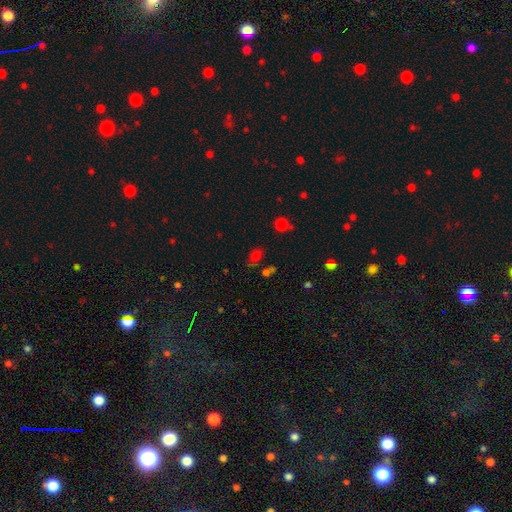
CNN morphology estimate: A smooth galaxy with no disk features (62%) that is in between round and cigar-shaped (66%).

Vote fractions:
- Smooth or featured? smooth: 62% / star or artifact: 27% / featured or disk: 11%
- How rounded? in between: 66% / round: 32% / cigar-shaped: 2%
- Merging? none: 63% / minor disturbance: 19% / major disturbance: 9% / merger: 9%